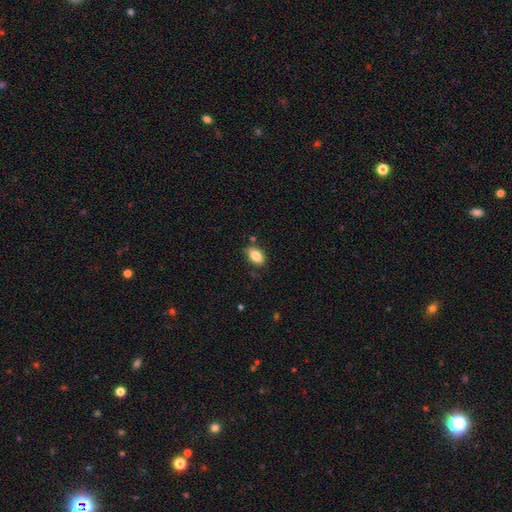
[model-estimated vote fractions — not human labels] smooth-or-featured: smooth: 84% | featured or disk: 9% | star or artifact: 8%
  how-rounded: in between: 91% | round: 7% | cigar-shaped: 3%
  merging: none: 79% | minor disturbance: 14% | merger: 4% | major disturbance: 3%